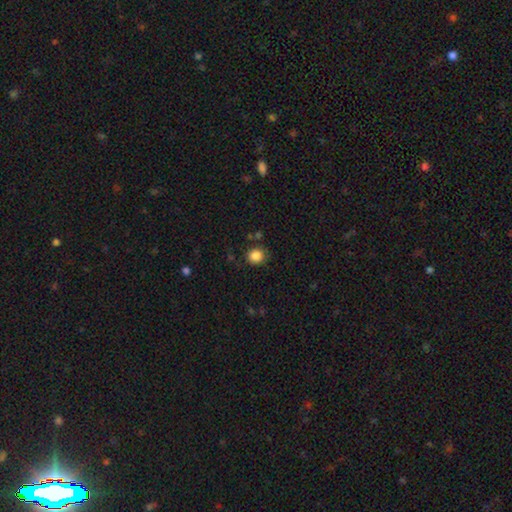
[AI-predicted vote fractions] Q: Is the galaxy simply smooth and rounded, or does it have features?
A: smooth — 86%.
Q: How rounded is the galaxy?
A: round — 85%.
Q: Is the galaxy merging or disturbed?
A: none — 83%.